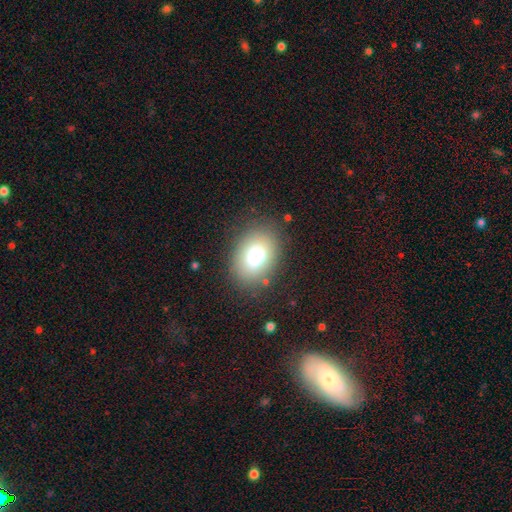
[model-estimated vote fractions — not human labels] A smooth galaxy with no disk features (78%) that is in between round and cigar-shaped (74%).

Vote fractions:
- Smooth or featured? smooth: 78% / featured or disk: 13% / star or artifact: 10%
- How rounded? in between: 74% / round: 25% / cigar-shaped: 1%
- Merging? none: 82% / minor disturbance: 12% / major disturbance: 5% / merger: 2%